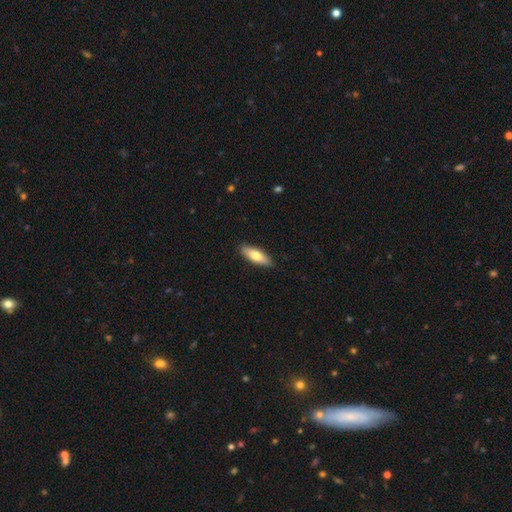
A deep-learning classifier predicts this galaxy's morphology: Smooth or featured? smooth (72%)
How rounded? in between (61%)
Merging? none (88%)